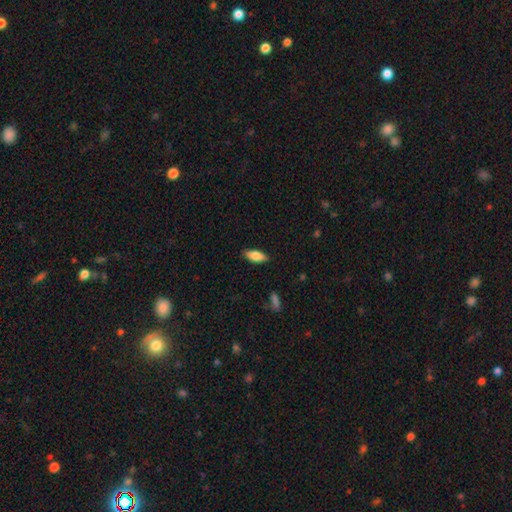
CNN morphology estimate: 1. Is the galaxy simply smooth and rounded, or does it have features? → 79% smooth, 15% featured or disk, 6% star or artifact.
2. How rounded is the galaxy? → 78% in between, 20% cigar-shaped, 2% round.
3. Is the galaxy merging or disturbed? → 85% none, 12% minor disturbance, 2% major disturbance, 1% merger.